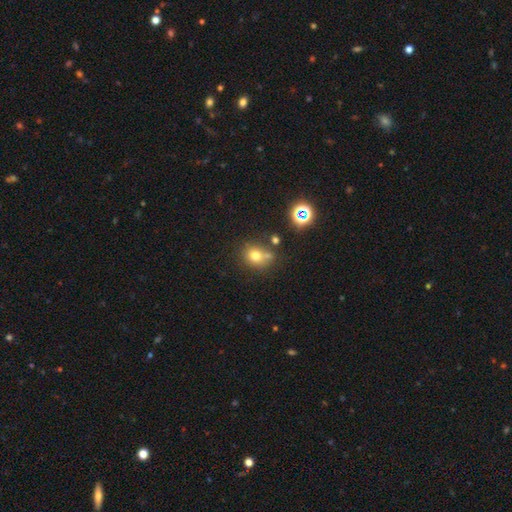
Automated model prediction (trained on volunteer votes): Smooth or featured? Predicted: smooth (p=0.71). How rounded? Predicted: round (p=0.70). Merging? Predicted: none (p=0.59).